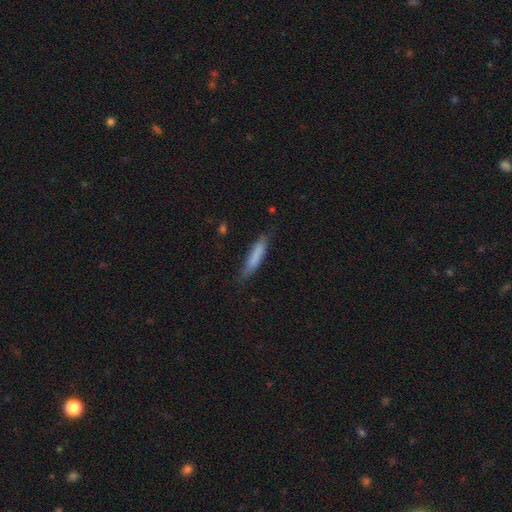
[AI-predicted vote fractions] smooth-or-featured: smooth: 79% | featured or disk: 15% | star or artifact: 6%
  how-rounded: cigar-shaped: 85% | in between: 14% | round: 1%
  merging: none: 78% | minor disturbance: 17% | major disturbance: 3% | merger: 1%